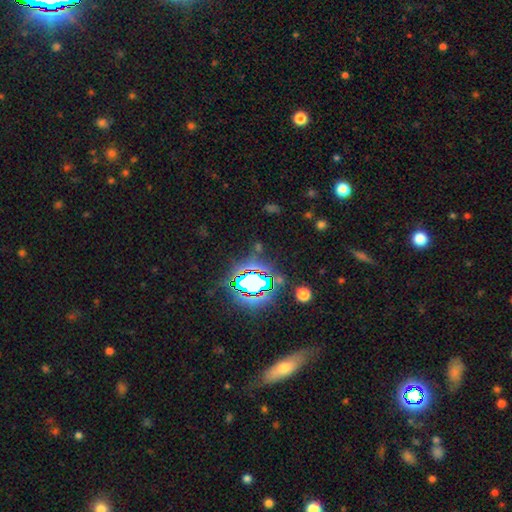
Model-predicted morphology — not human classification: A star or artifact, not a galaxy (76%).